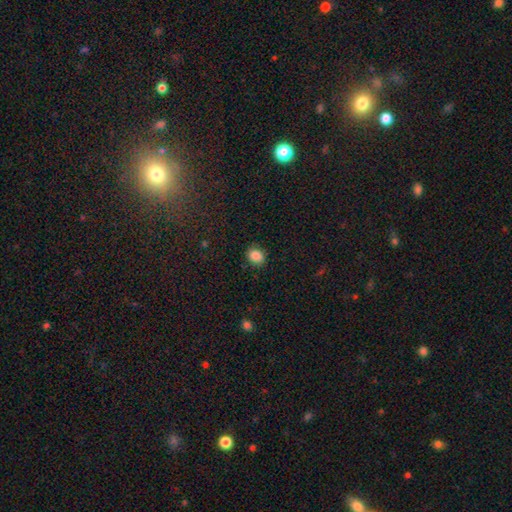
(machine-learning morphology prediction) Smooth or featured? Predicted: smooth (p=0.87). How rounded? Predicted: round (p=0.61). Merging? Predicted: none (p=0.87).